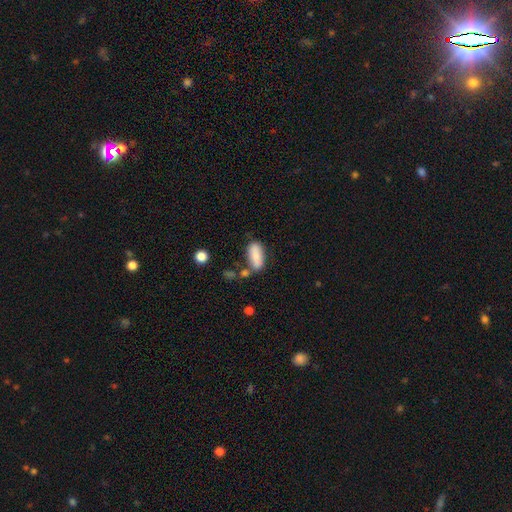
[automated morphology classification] The model was most divided on "merging": none: 59%, minor disturbance: 21%, merger: 13%, major disturbance: 6%. More confident: smooth or featured — smooth (83%); how rounded — in between (80%).